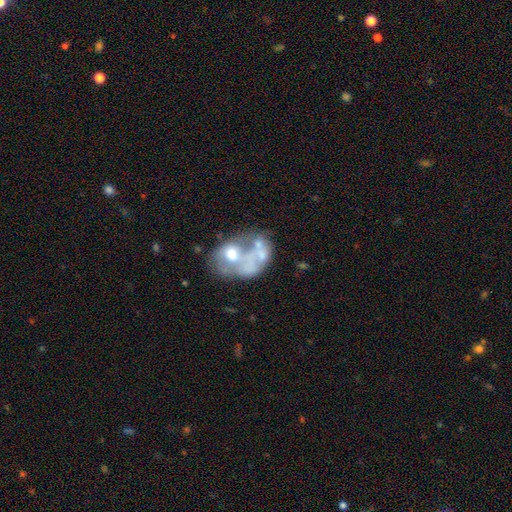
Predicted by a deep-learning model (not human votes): This is possibly a featured or disk galaxy (57%). It is clearly not viewed edge-on (98%). Bar: clearly no (90%). Spiral arm pattern: clearly no (92%). Central bulge: marginally moderate (40%). Merging: marginally merger (44%).